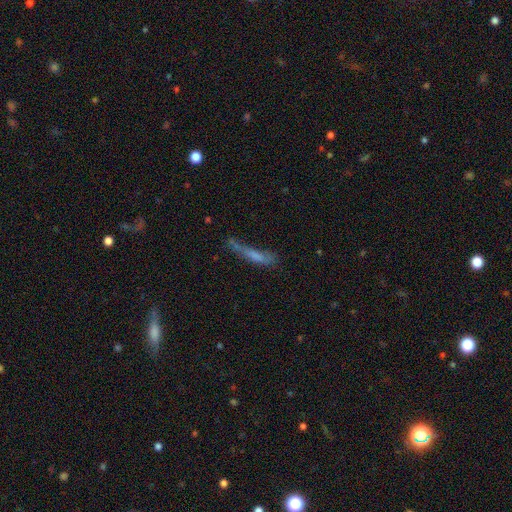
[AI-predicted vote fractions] Smooth or featured? Predicted: smooth (p=0.60). How rounded? Predicted: cigar-shaped (p=0.83). Merging? Predicted: none (p=0.35).